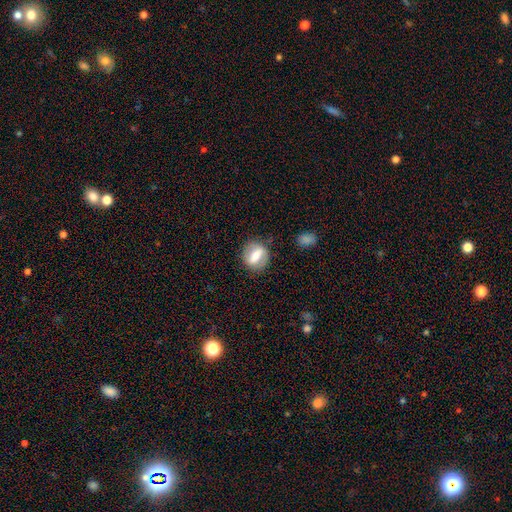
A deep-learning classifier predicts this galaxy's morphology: type=smooth (48%); merging=none (80%).